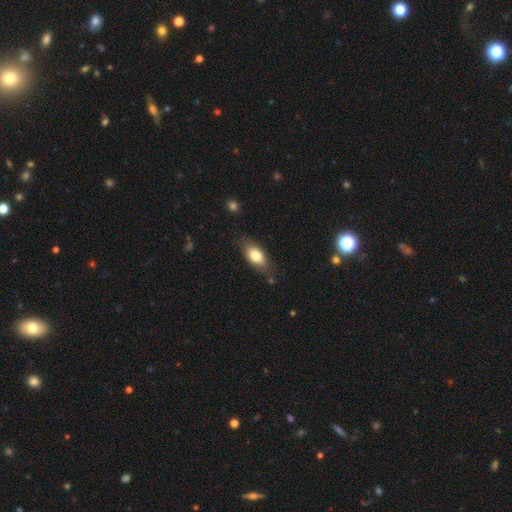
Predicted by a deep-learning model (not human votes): Smooth or featured? smooth (77%)
How rounded? in between (85%)
Merging? none (77%)